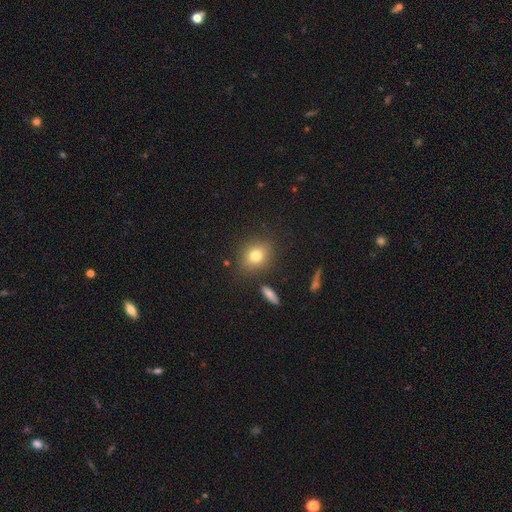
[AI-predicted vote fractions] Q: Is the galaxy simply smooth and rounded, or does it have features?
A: smooth — 78%.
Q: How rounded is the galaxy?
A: round — 62%.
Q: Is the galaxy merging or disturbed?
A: none — 83%.